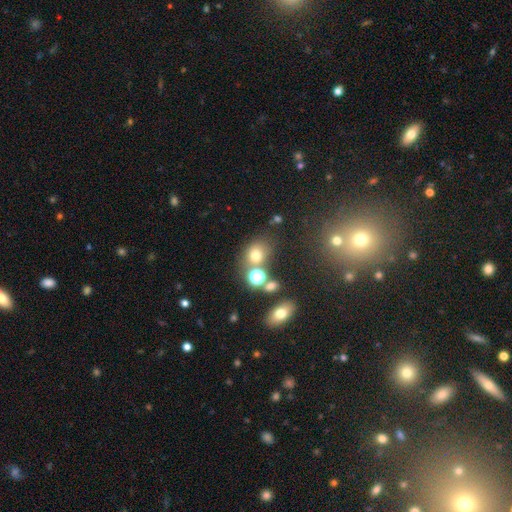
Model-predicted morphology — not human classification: smooth 67%, star or artifact 22%, featured or disk 12%. Down the decision tree: how rounded — round (61%); merging — none (59%).